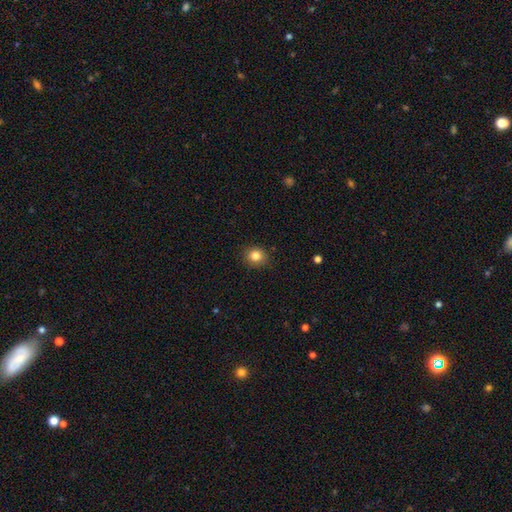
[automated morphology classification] type=smooth (83%); roundness=round (81%); merging=none (89%).